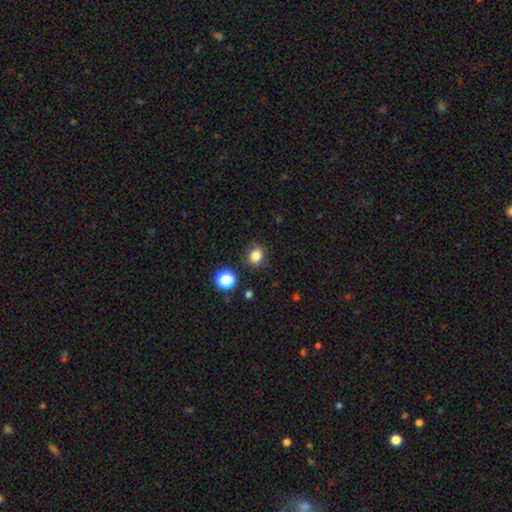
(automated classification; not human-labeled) Smooth or featured?
  - smooth: 82% *
  - star or artifact: 13%
  - featured or disk: 5%
How rounded?
  - round: 63% *
  - in between: 36%
  - cigar-shaped: 1%
Merging?
  - none: 83% *
  - minor disturbance: 12%
  - major disturbance: 3%
  - merger: 2%